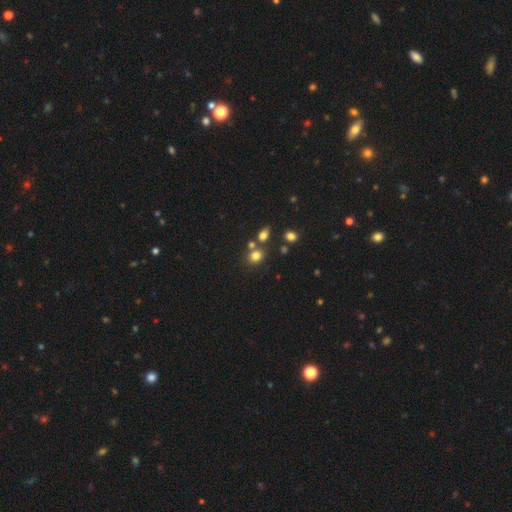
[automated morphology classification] Smooth or featured?
  - smooth: 78% *
  - star or artifact: 15%
  - featured or disk: 8%
How rounded?
  - round: 64% *
  - in between: 35%
  - cigar-shaped: 1%
Merging?
  - none: 65% *
  - merger: 21%
  - minor disturbance: 11%
  - major disturbance: 4%